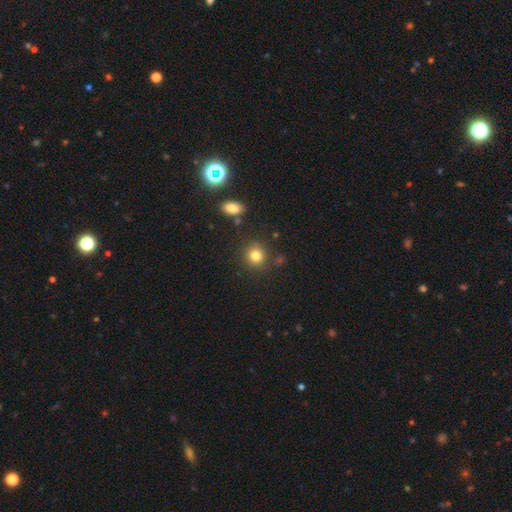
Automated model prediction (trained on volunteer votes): Smooth or featured: smooth — 82% (star or artifact — 12%)
How rounded: round — 86% (in between — 13%)
Merging: none — 84% (minor disturbance — 9%)